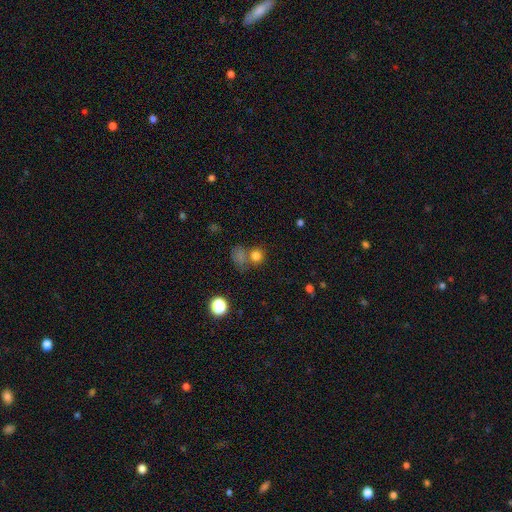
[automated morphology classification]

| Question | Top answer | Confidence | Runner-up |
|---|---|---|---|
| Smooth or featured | smooth | 75% | star or artifact (17%) |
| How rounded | round | 81% | in between (18%) |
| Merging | none | 53% | merger (30%) |